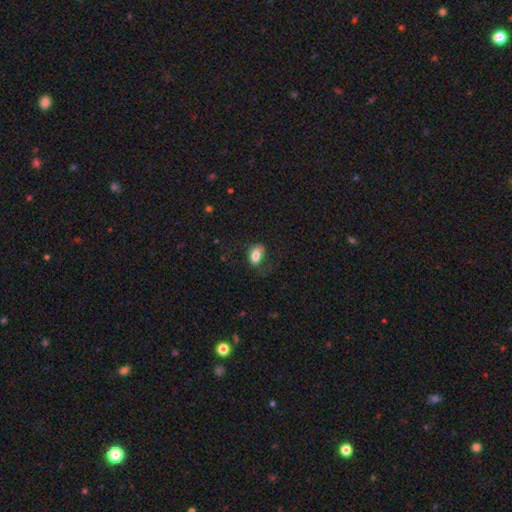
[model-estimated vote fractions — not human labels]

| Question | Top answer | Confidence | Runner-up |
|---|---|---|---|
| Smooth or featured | smooth | 81% | featured or disk (11%) |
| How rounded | in between | 88% | round (10%) |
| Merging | none | 54% | minor disturbance (27%) |